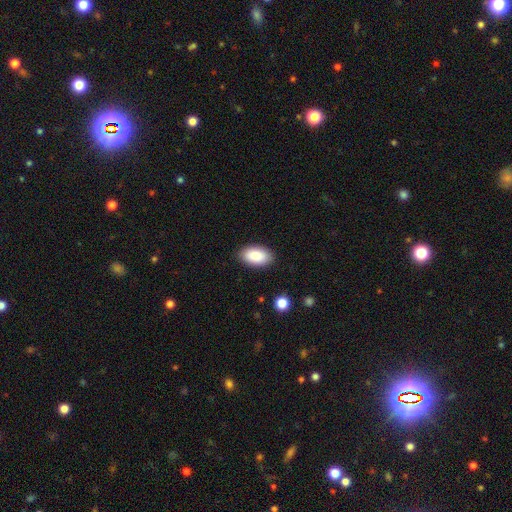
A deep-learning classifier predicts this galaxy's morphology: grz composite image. It shows a smooth galaxy with no disk features (87%) that is in between round and cigar-shaped (95%). Merging: none (88%).